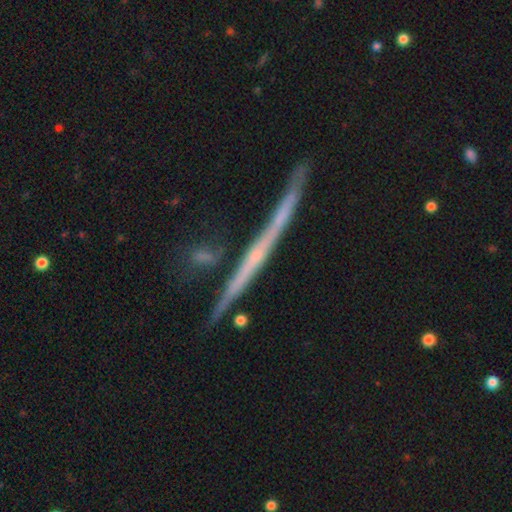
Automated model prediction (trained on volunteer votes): Morphology: type=featured or disk (70%); edge-on=yes (97%); edge-on bulge=none (78%); merging=none (81%).